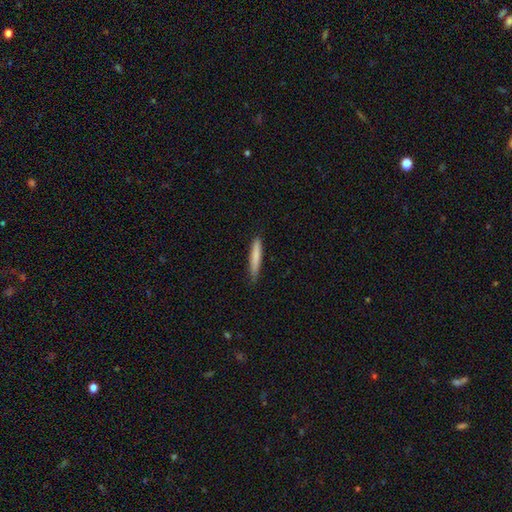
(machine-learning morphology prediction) smooth_or_featured: smooth (p=0.79) [alt: featured or disk p=0.15]
how_rounded: cigar-shaped (p=0.93) [alt: in between p=0.05]
merging: none (p=0.84) [alt: minor disturbance p=0.13]